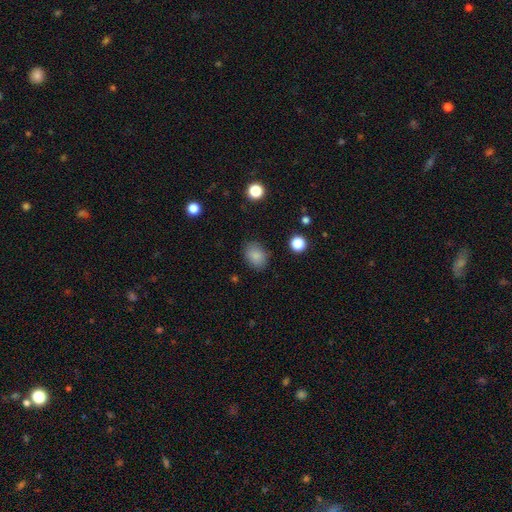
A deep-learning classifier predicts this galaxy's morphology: smooth 86%, star or artifact 9%, featured or disk 5%. Down the decision tree: how rounded — in between (64%); merging — none (84%).